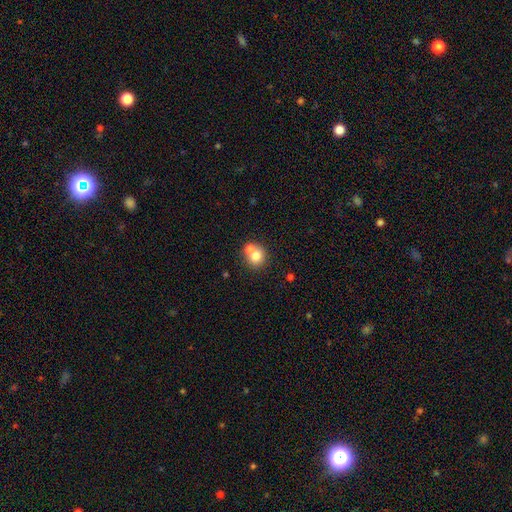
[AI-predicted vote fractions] smooth-or-featured: smooth: 73% | featured or disk: 16% | star or artifact: 11%
  how-rounded: round: 82% | in between: 17% | cigar-shaped: 1%
  merging: merger: 47% | none: 44% | minor disturbance: 7% | major disturbance: 3%